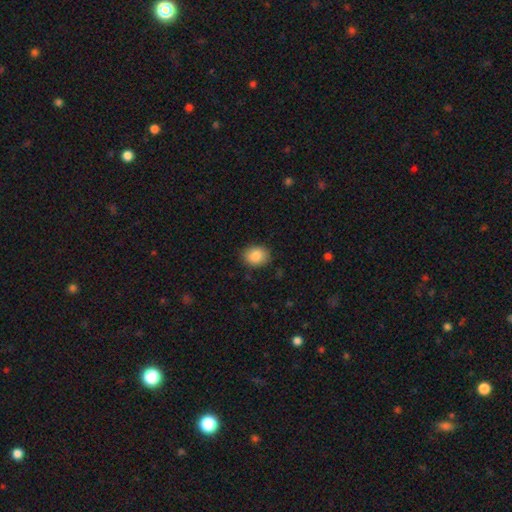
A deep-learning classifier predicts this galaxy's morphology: Smooth or featured? Predicted: smooth (p=0.87). How rounded? Predicted: in between (p=0.50). Merging? Predicted: none (p=0.86).